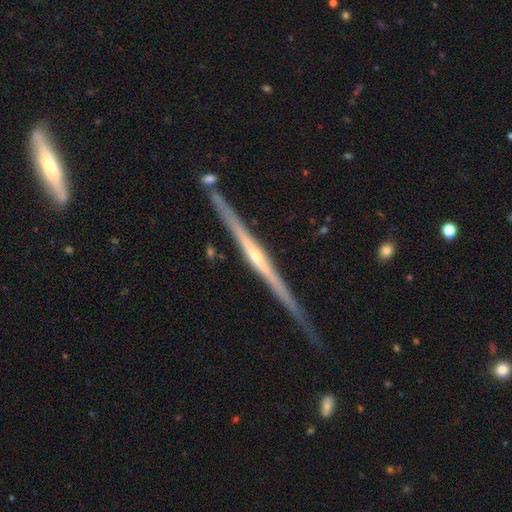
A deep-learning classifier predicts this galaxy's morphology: Q: Smooth or featured?
A: featured or disk (85%); runner-up: smooth (10%)
Q: Edge-on disk?
A: yes (98%); runner-up: no (2%)
Q: Edge-on bulge?
A: rounded (61%); runner-up: none (33%)
Q: Merging?
A: none (82%); runner-up: minor disturbance (14%)